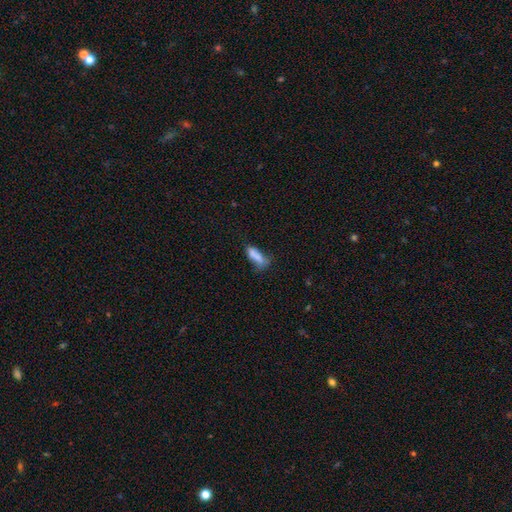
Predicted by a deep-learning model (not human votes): smooth-or-featured: smooth: 77% | featured or disk: 13% | star or artifact: 10%
  how-rounded: in between: 57% | cigar-shaped: 40% | round: 3%
  merging: none: 41% | minor disturbance: 29% | major disturbance: 17% | merger: 13%